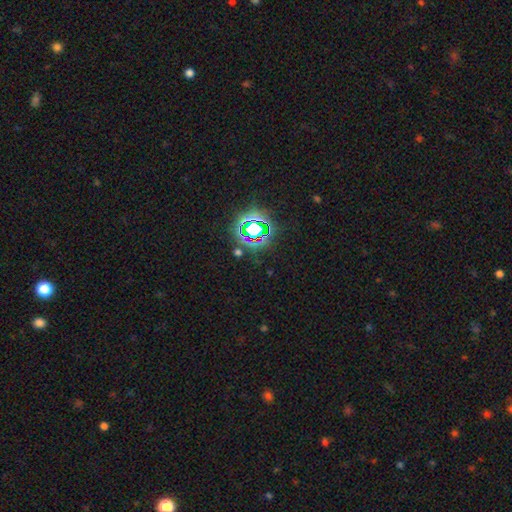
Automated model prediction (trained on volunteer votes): Morphology: type=star or artifact (77%).